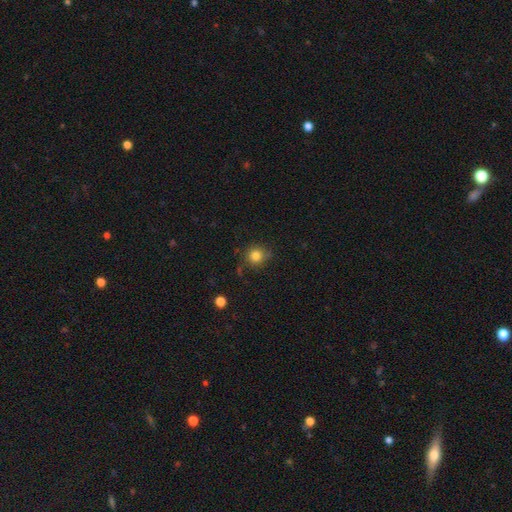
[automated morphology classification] smooth_or_featured: smooth (p=0.82) [alt: star or artifact p=0.12]
how_rounded: round (p=0.89) [alt: in between p=0.10]
merging: none (p=0.77) [alt: minor disturbance p=0.16]